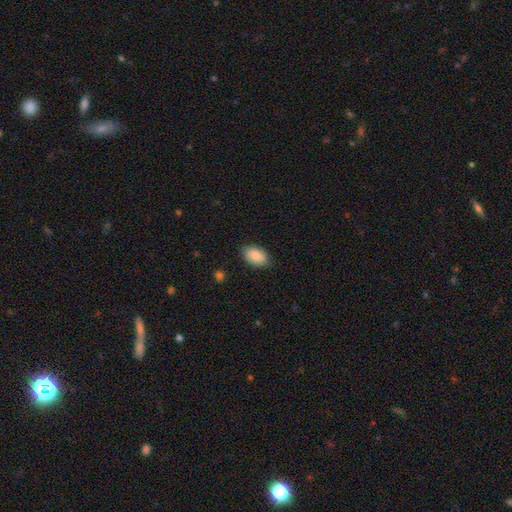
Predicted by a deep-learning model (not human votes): Smooth or featured? smooth (88%)
How rounded? in between (94%)
Merging? none (85%)